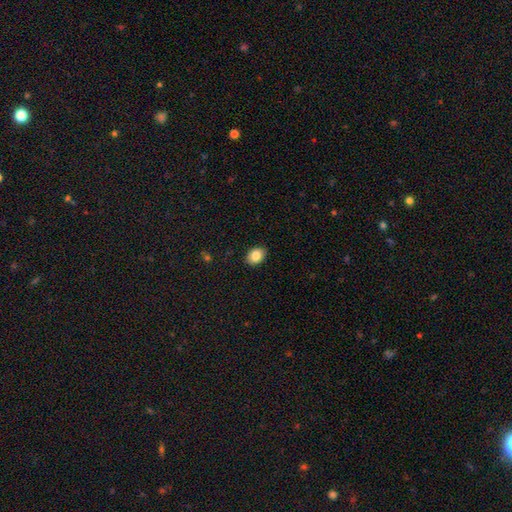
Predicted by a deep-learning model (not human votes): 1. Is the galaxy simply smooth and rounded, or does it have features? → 85% smooth, 8% star or artifact, 6% featured or disk.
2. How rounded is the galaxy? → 71% in between, 28% round, 1% cigar-shaped.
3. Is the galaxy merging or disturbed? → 89% none, 8% minor disturbance, 2% major disturbance, 1% merger.